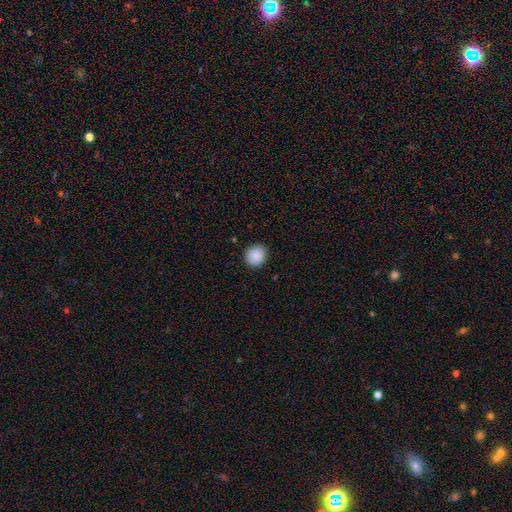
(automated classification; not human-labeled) A smooth galaxy with no disk features (89%) that is round (88%). Merging: none (90%).